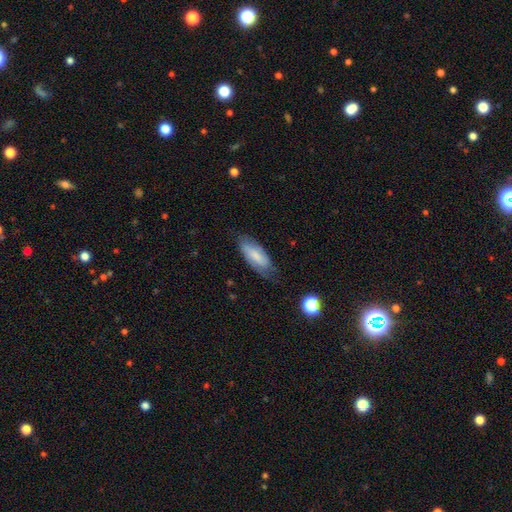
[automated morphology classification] This is likely a smooth galaxy (66%). How rounded: likely in between (77%). Merging: likely none (64%).